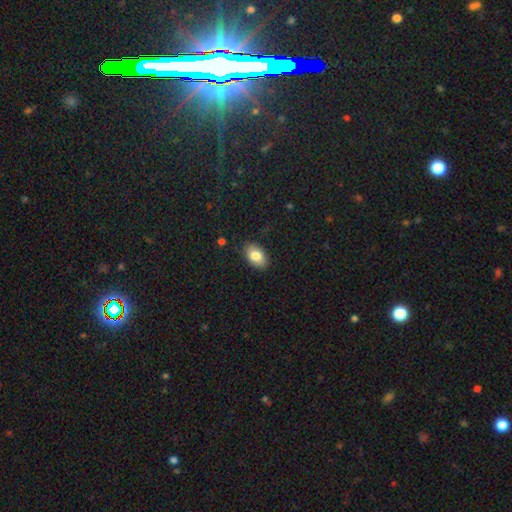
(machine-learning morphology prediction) This is clearly a smooth galaxy (82%). How rounded: clearly in between (90%). Merging: clearly none (86%).